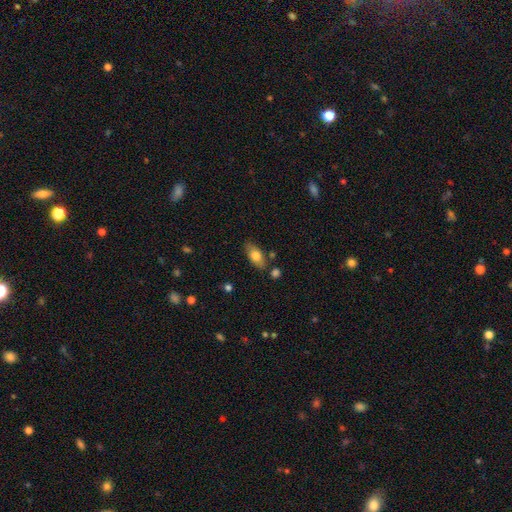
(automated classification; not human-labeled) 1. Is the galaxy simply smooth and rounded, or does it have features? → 75% smooth, 18% featured or disk, 7% star or artifact.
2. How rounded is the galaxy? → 86% in between, 9% cigar-shaped, 4% round.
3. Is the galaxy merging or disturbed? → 76% none, 14% minor disturbance, 6% merger, 3% major disturbance.